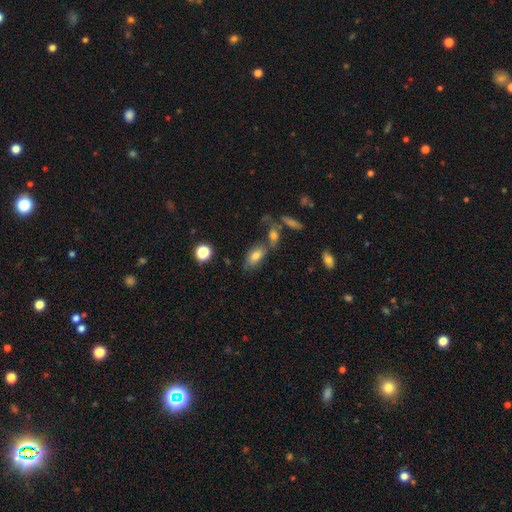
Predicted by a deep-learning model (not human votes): Smooth or featured? smooth (72%)
How rounded? in between (89%)
Merging? none (52%)